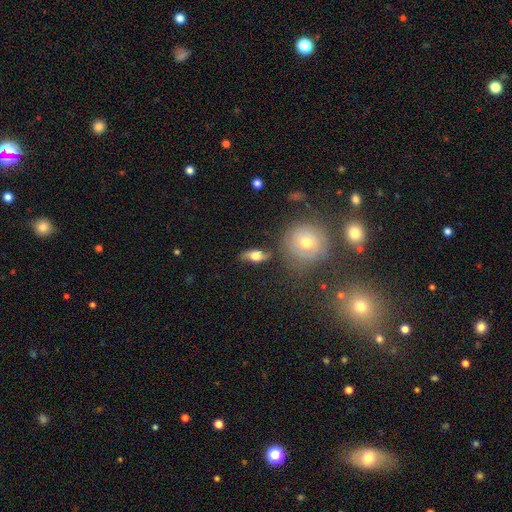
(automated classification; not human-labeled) Smooth or featured?
  - smooth: 49% *
  - featured or disk: 43%
  - star or artifact: 8%
Merging?
  - none: 69% *
  - minor disturbance: 18%
  - major disturbance: 7%
  - merger: 6%